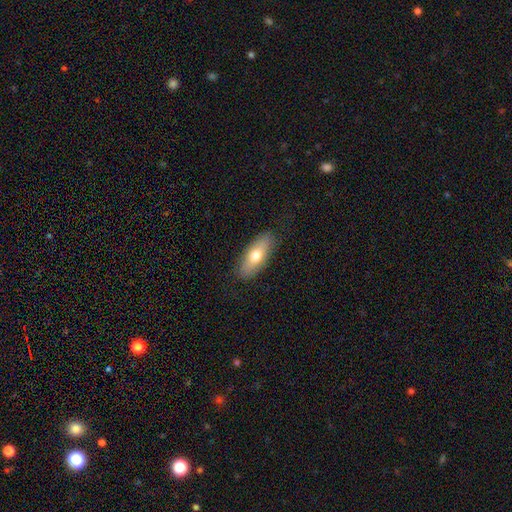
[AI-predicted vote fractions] This appears to be a smooth galaxy with no disk features (68%) that is in between round and cigar-shaped (72%). Merging: none (86%).